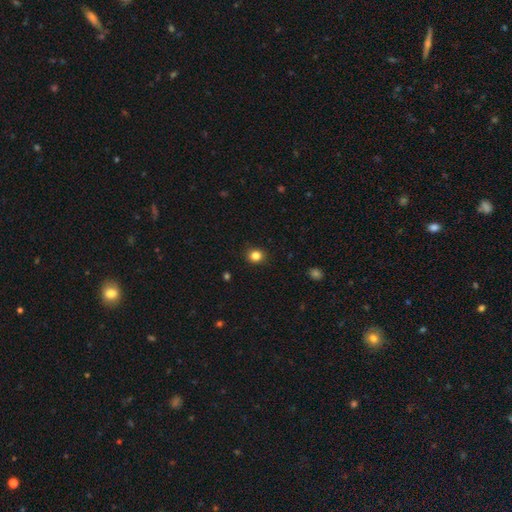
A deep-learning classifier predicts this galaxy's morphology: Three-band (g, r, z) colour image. It shows a smooth galaxy with no disk features (84%) that is round (78%). Merging: none (90%).